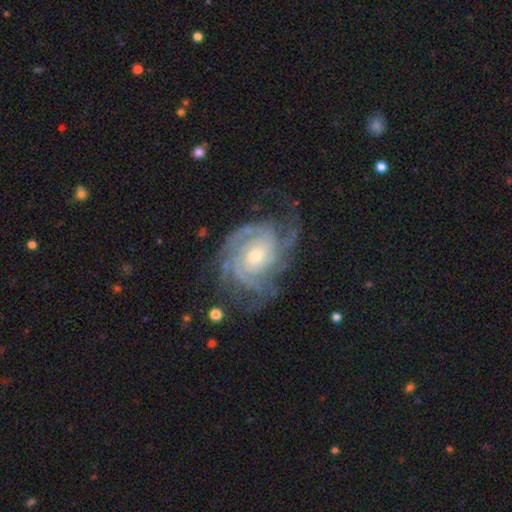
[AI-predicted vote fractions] This is clearly a featured or disk galaxy (90%). It is clearly not viewed edge-on (97%). Bar: likely no (72%). Spiral arm pattern: clearly yes (97%). Spiral arm count: marginally 3 (27%). Spiral winding: likely tight (65%). Central bulge: possibly small (52%). Merging: likely none (68%).